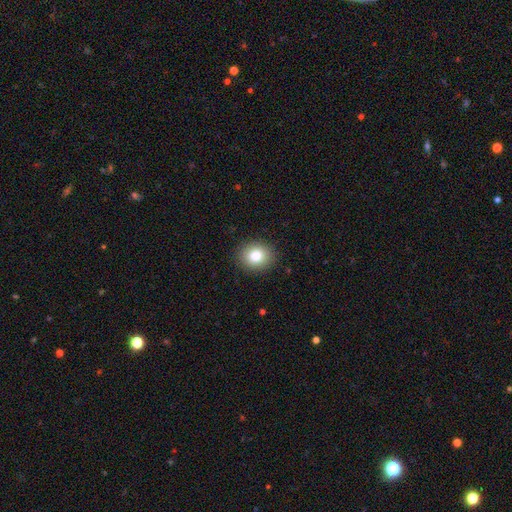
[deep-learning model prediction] This is clearly a smooth galaxy (83%). How rounded: likely round (62%). Merging: clearly none (89%).